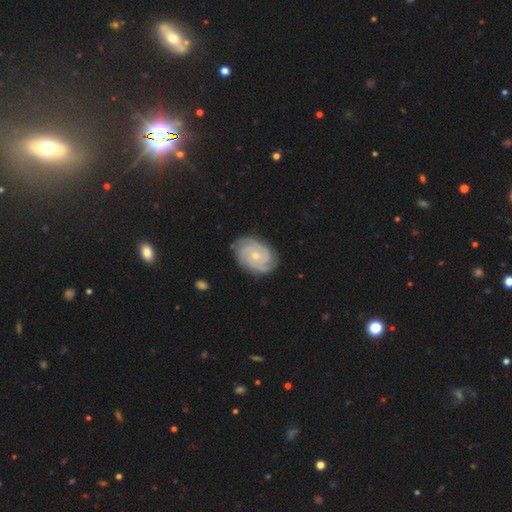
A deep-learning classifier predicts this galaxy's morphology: Smooth or featured? featured or disk (83%)
Edge-on disk? no (97%)
Bar? no (76%)
Spiral arms? yes (96%)
Spiral winding? tight (70%)
Spiral arm count? 3 (32%)
Bulge size? small (63%)
Merging? none (81%)